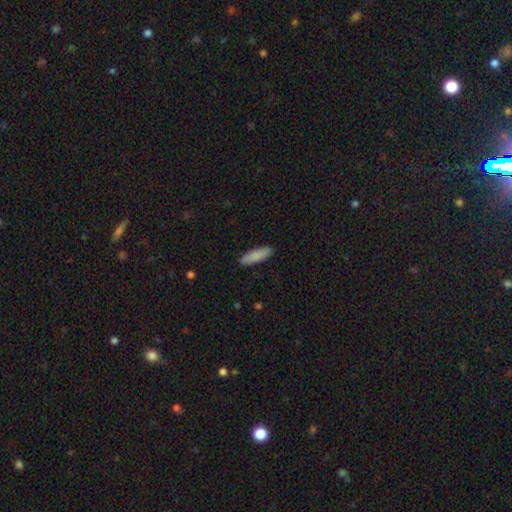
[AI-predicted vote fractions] smooth_or_featured: smooth (p=0.87) [alt: featured or disk p=0.07]
how_rounded: cigar-shaped (p=0.62) [alt: in between p=0.37]
merging: none (p=0.89) [alt: minor disturbance p=0.08]